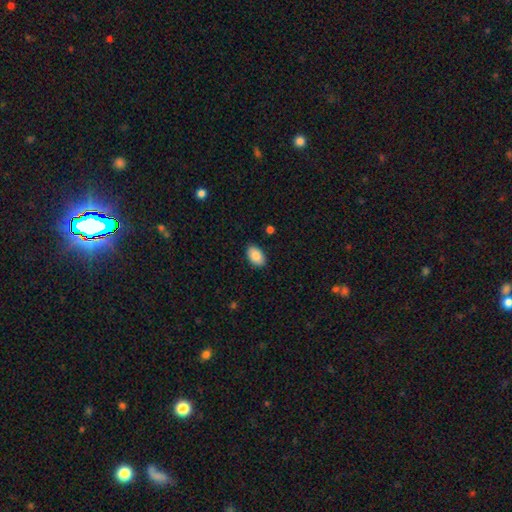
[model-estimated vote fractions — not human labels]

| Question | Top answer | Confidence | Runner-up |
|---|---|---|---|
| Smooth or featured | smooth | 88% | star or artifact (7%) |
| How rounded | in between | 93% | round (6%) |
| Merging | none | 88% | minor disturbance (9%) |